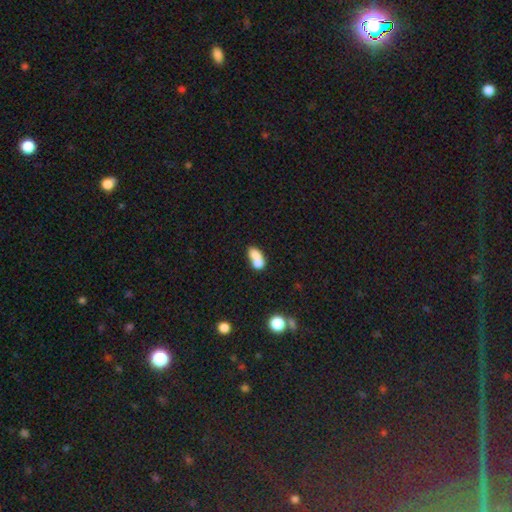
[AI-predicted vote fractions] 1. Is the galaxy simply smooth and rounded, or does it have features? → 72% smooth, 18% featured or disk, 10% star or artifact.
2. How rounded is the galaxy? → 77% in between, 19% round, 5% cigar-shaped.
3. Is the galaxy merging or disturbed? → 65% merger, 22% none, 8% minor disturbance, 5% major disturbance.